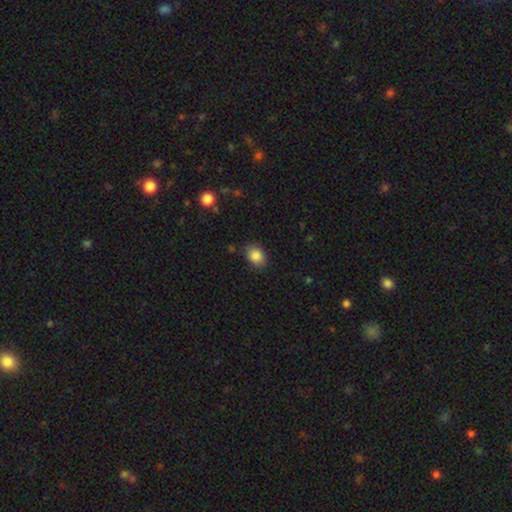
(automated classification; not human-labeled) Smooth or featured? Predicted: smooth (p=0.87). How rounded? Predicted: in between (p=0.73). Merging? Predicted: none (p=0.84).